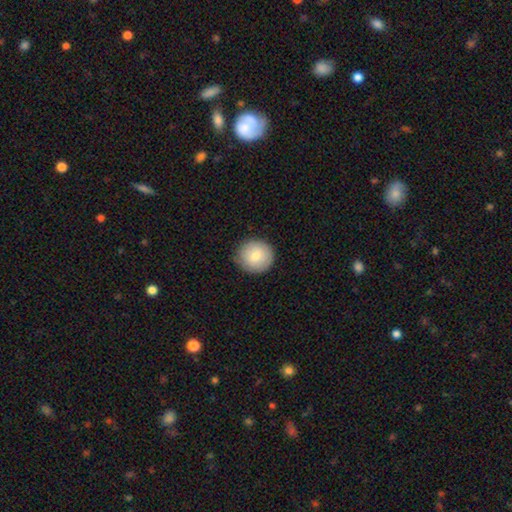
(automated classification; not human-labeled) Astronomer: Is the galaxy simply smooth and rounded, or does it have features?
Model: smooth — 79%.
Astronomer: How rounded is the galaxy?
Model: round — 92%.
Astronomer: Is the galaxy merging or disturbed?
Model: none — 84%.